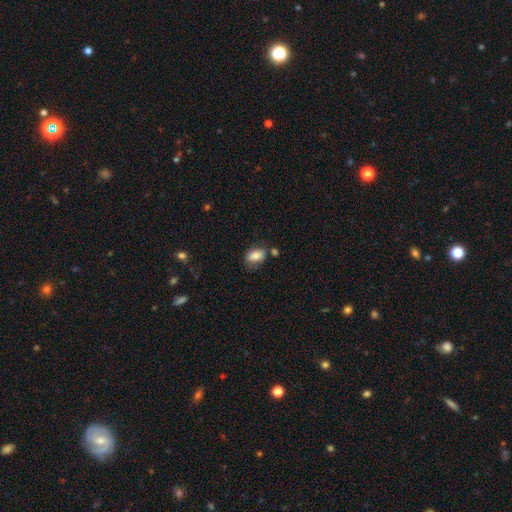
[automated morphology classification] A smooth galaxy with no disk features (82%) that is in between round and cigar-shaped (86%). Merging: none (63%).